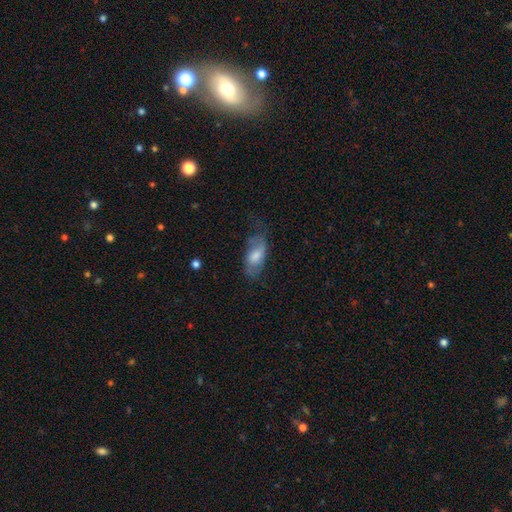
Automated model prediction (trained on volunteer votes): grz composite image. It shows a smooth galaxy with no disk features (58%) that is in between round and cigar-shaped (85%). Merging: none (48%).